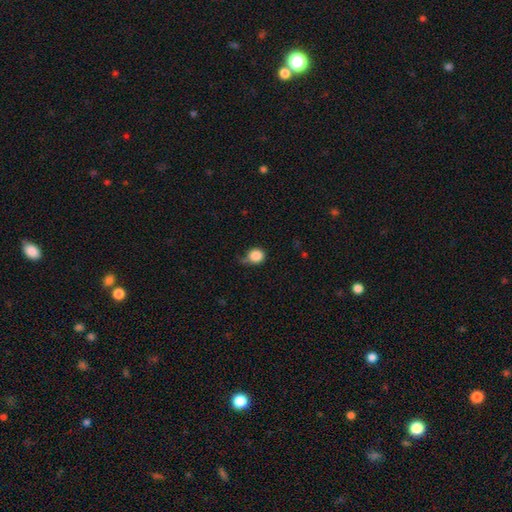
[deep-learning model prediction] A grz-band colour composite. It shows a smooth galaxy with no disk features (86%) that is round (77%). Merging: none (42%).